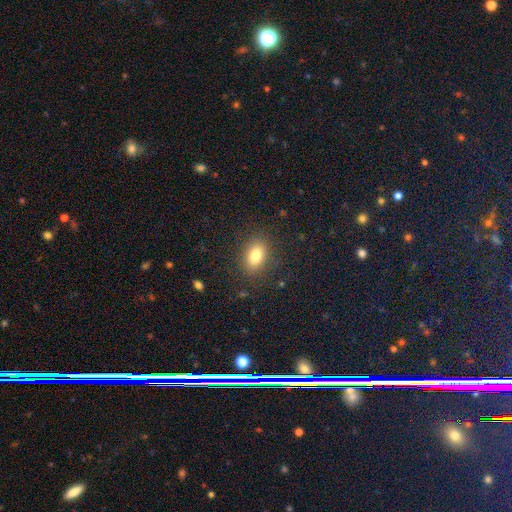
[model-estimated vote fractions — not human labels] This appears to be a smooth galaxy with no disk features (81%) that is in between round and cigar-shaped (82%). Merging: none (85%).